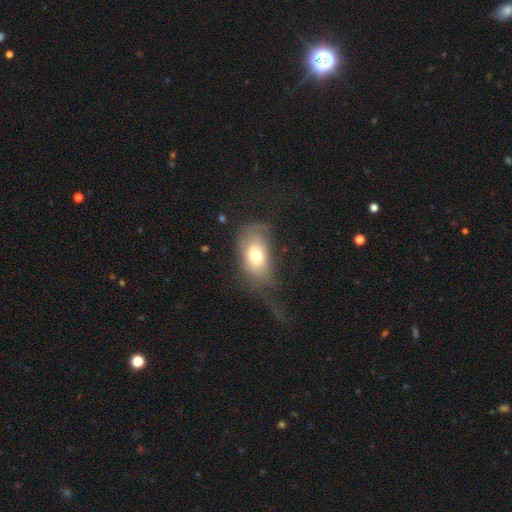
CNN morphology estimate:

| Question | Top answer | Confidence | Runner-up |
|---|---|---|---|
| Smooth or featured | smooth | 69% | featured or disk (21%) |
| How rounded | in between | 85% | round (12%) |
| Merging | none | 47% | major disturbance (26%) |